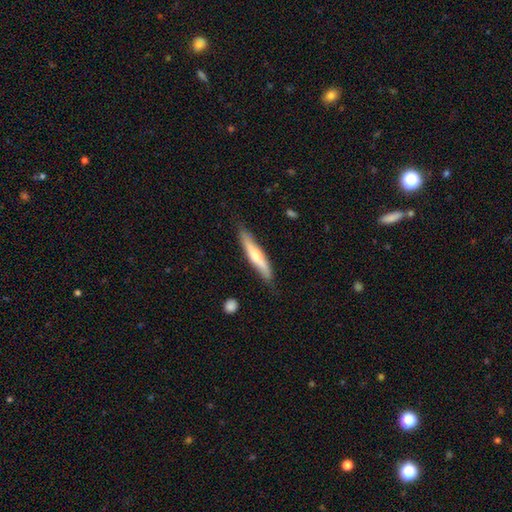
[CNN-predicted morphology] Q: Smooth or featured?
A: smooth (53%); runner-up: featured or disk (42%)
Q: How rounded?
A: cigar-shaped (88%); runner-up: in between (10%)
Q: Merging?
A: none (80%); runner-up: minor disturbance (16%)